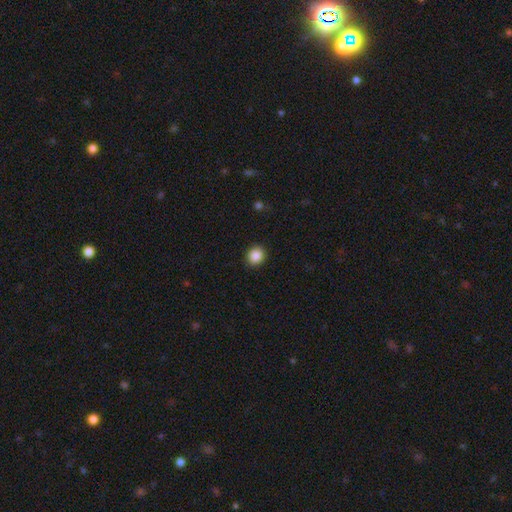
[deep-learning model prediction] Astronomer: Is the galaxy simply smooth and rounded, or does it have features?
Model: smooth — 87%.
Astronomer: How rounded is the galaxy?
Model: round — 78%.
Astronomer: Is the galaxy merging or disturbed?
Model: none — 91%.